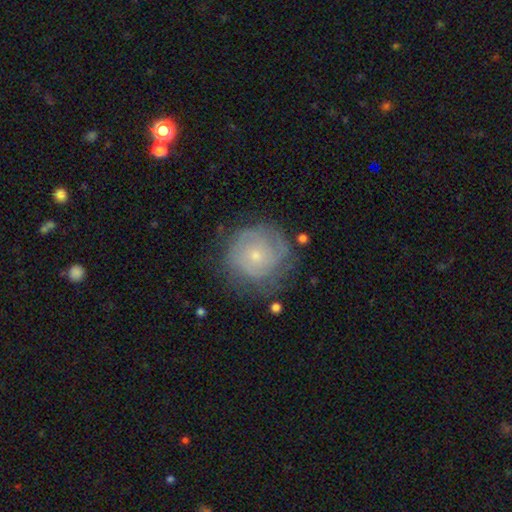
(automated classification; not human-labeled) Morphology: type=featured or disk (60%); edge-on=no (98%); bar=no (84%); spiral arms=yes (77%); bulge=small (76%); merging=none (67%).